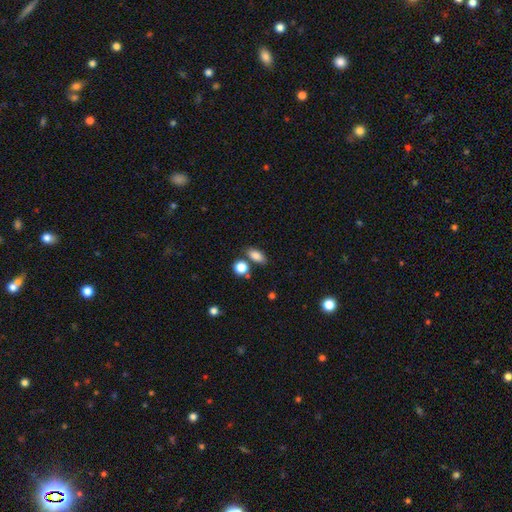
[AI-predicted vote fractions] smooth 83%, star or artifact 10%, featured or disk 7%. Down the decision tree: how rounded — in between (82%); merging — none (74%).